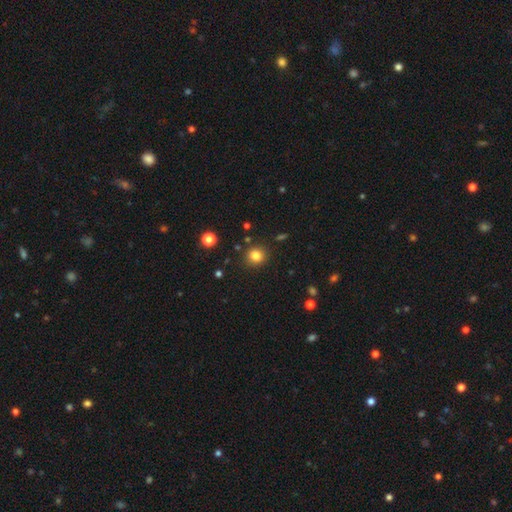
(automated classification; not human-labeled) Q: Smooth or featured?
A: smooth (82%); runner-up: star or artifact (12%)
Q: How rounded?
A: round (87%); runner-up: in between (12%)
Q: Merging?
A: none (88%); runner-up: minor disturbance (7%)